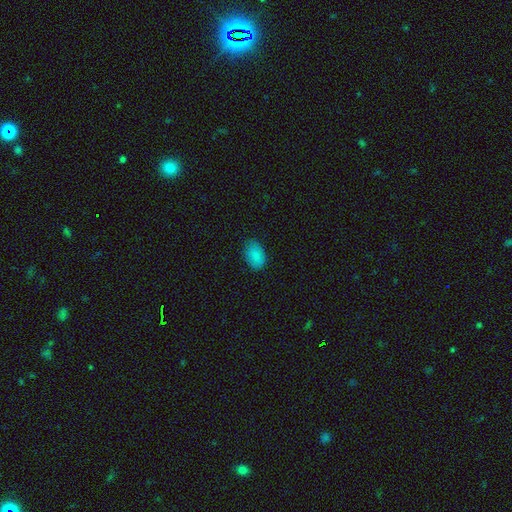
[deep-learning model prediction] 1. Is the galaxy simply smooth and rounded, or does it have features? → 86% smooth, 9% star or artifact, 5% featured or disk.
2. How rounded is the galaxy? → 90% in between, 9% round, 1% cigar-shaped.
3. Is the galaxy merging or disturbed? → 78% none, 18% minor disturbance, 3% major disturbance, 1% merger.